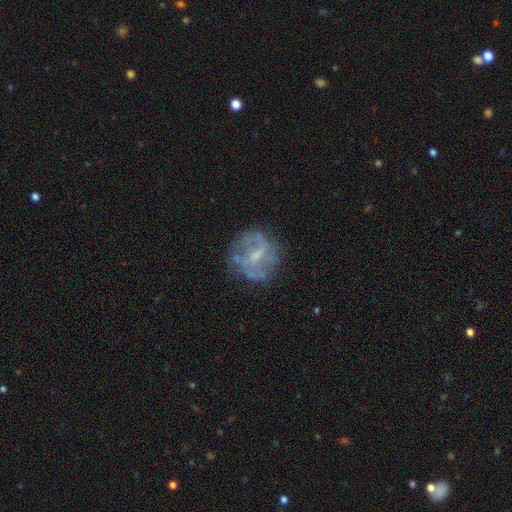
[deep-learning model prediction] Overall: featured or disk (67%). Edge-on disk: no (96%). Bar: weak (51%; strong 25%). Spiral arms: yes (60%; no 40%). Bulge size: small (46%; moderate 31%). Merging: none (71%).